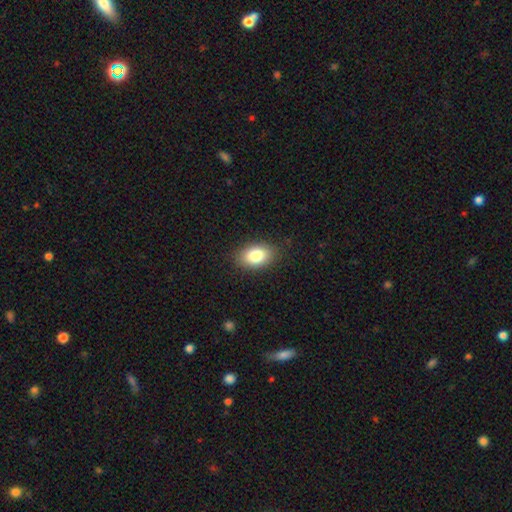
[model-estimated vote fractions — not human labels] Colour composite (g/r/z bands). It shows a smooth galaxy with no disk features (82%) that is in between round and cigar-shaped (87%). Merging: none (86%).